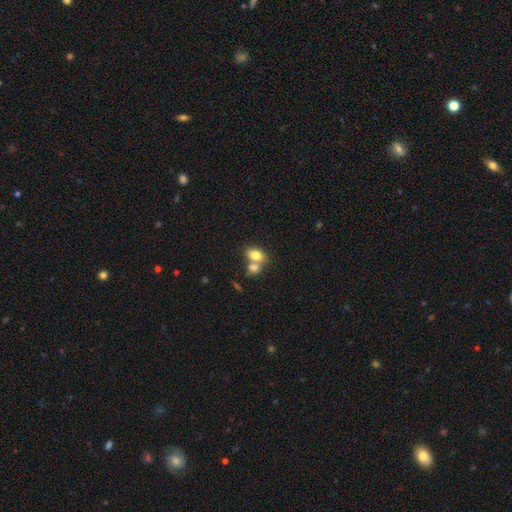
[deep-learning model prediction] Morphology: type=smooth (78%); roundness=in between (80%); merging=merger (53%).